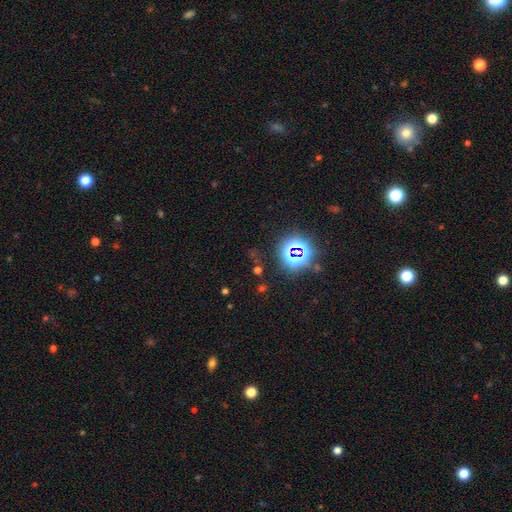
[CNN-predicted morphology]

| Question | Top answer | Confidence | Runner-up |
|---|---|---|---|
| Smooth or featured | star or artifact | 74% | smooth (18%) |